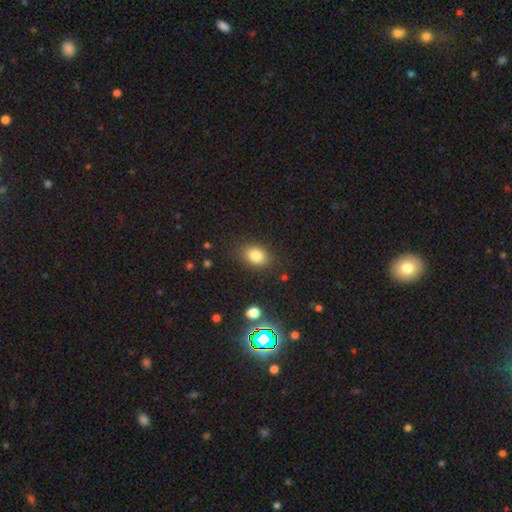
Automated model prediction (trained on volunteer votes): This appears to be a smooth galaxy with no disk features (81%) that is in between round and cigar-shaped (67%). Merging: none (83%).